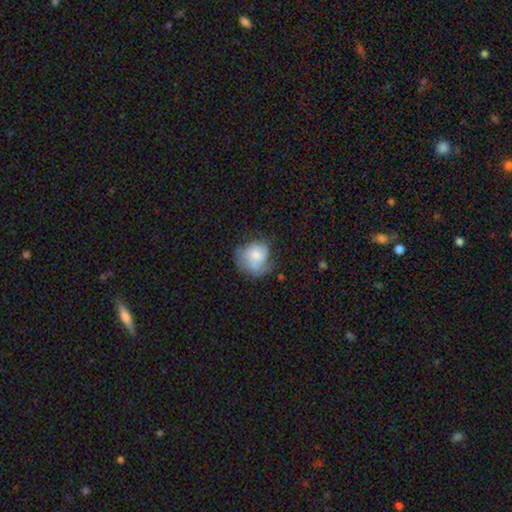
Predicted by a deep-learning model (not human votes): Smooth or featured? smooth (49%)
Merging? none (48%)